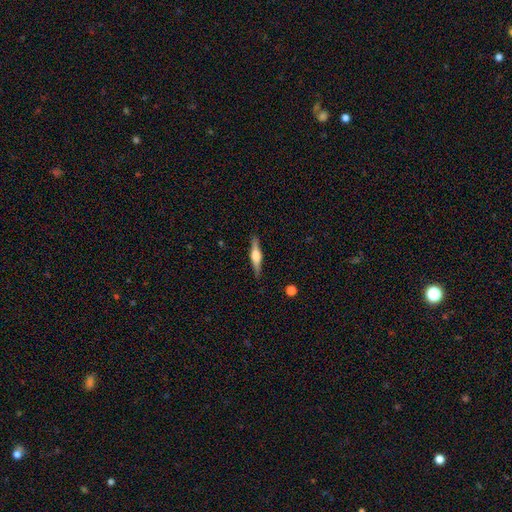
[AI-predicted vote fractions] smooth_or_featured: featured or disk (p=0.67) [alt: smooth p=0.28]
disk_edge_on: yes (p=0.97) [alt: no p=0.03]
edge_on_bulge: rounded (p=0.86) [alt: boxy p=0.11]
merging: none (p=0.89) [alt: minor disturbance p=0.08]